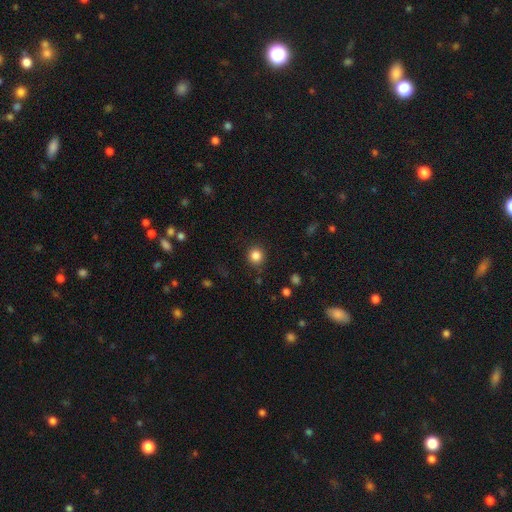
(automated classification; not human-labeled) smooth 84%, star or artifact 12%, featured or disk 4%. Down the decision tree: how rounded — round (92%); merging — none (86%).